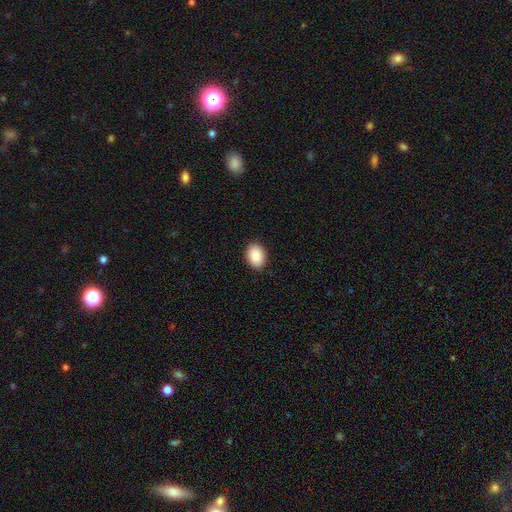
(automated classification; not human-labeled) Smooth or featured: smooth — 89% (star or artifact — 7%)
How rounded: in between — 73% (round — 26%)
Merging: none — 90% (minor disturbance — 7%)